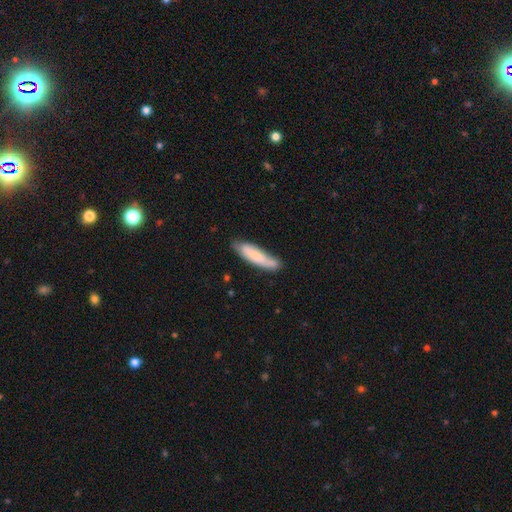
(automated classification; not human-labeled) Q: Smooth or featured?
A: smooth (76%); runner-up: featured or disk (18%)
Q: How rounded?
A: cigar-shaped (74%); runner-up: in between (24%)
Q: Merging?
A: none (66%); runner-up: minor disturbance (25%)